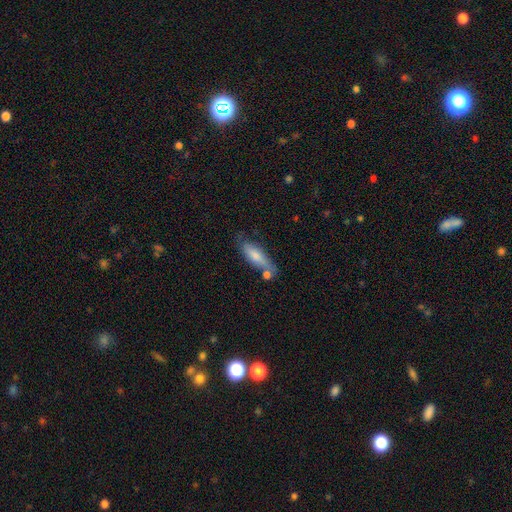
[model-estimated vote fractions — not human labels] Smooth or featured? smooth (73%)
How rounded? in between (53%)
Merging? none (53%)